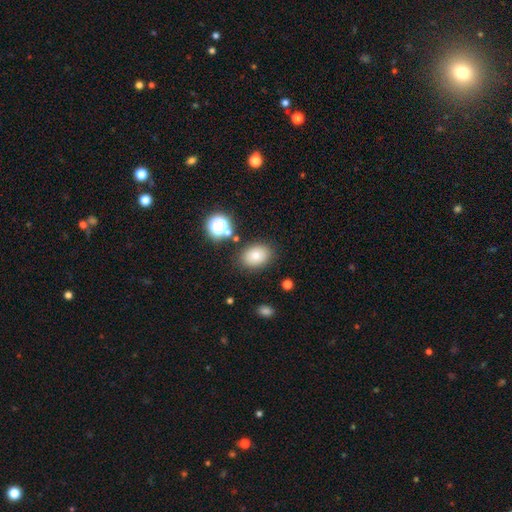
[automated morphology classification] Smooth or featured?
  - smooth: 78% *
  - star or artifact: 12%
  - featured or disk: 9%
How rounded?
  - in between: 70% *
  - round: 29%
  - cigar-shaped: 1%
Merging?
  - none: 83% *
  - minor disturbance: 11%
  - major disturbance: 3%
  - merger: 3%